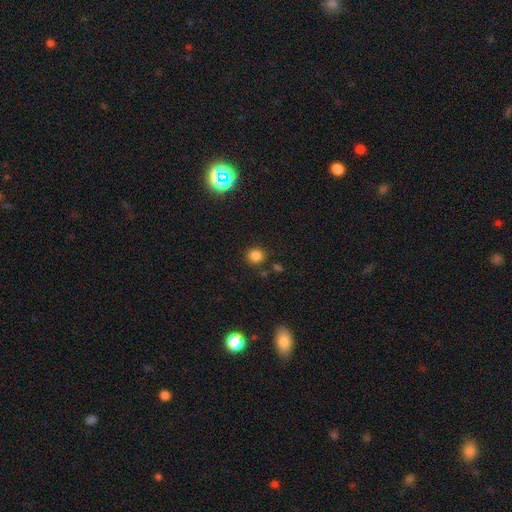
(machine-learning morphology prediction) Smooth or featured? Predicted: smooth (p=0.82). How rounded? Predicted: round (p=0.85). Merging? Predicted: none (p=0.84).